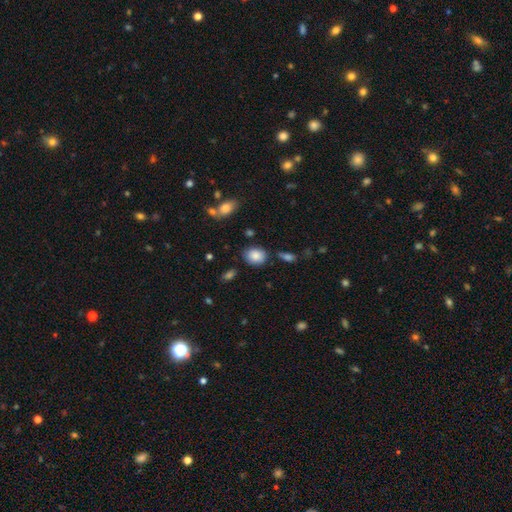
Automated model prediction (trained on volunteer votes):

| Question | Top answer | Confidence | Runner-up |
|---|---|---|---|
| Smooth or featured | smooth | 85% | star or artifact (8%) |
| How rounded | in between | 50% | round (48%) |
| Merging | none | 79% | minor disturbance (13%) |